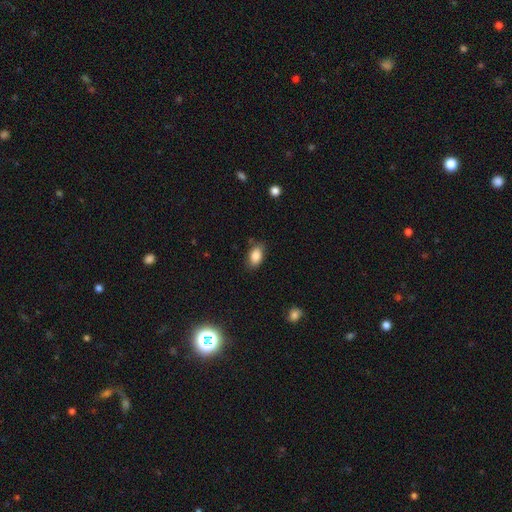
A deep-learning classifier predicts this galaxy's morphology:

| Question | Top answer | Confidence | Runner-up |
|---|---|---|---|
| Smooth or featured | smooth | 86% | star or artifact (8%) |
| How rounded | in between | 90% | round (8%) |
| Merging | none | 80% | minor disturbance (15%) |